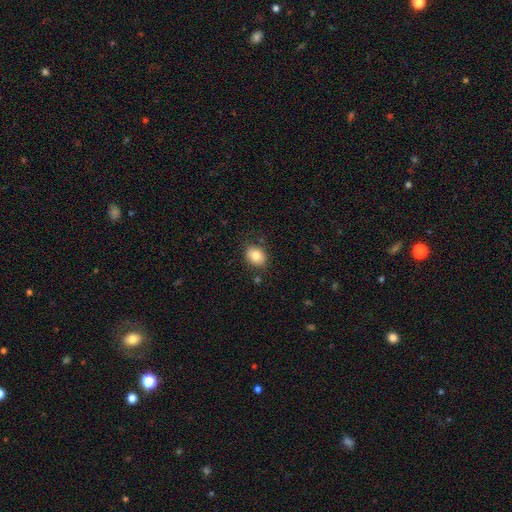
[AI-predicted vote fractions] Smooth or featured?
  - smooth: 82% *
  - featured or disk: 9%
  - star or artifact: 9%
How rounded?
  - in between: 55% *
  - round: 44%
  - cigar-shaped: 1%
Merging?
  - none: 82% *
  - minor disturbance: 12%
  - major disturbance: 3%
  - merger: 2%